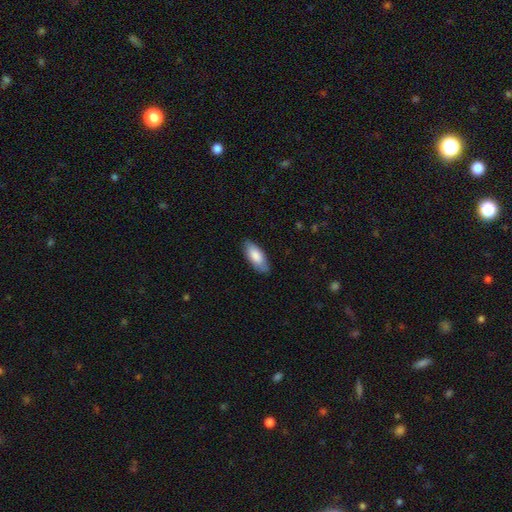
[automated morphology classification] smooth 82%, featured or disk 13%, star or artifact 5%. Down the decision tree: how rounded — in between (84%); merging — none (82%).